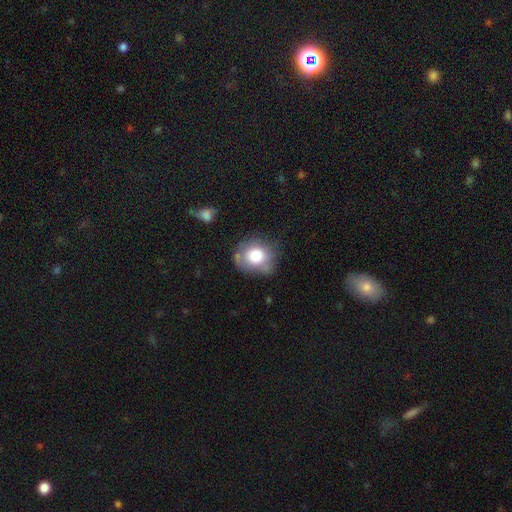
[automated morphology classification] Q: Smooth or featured?
A: smooth (76%); runner-up: featured or disk (15%)
Q: How rounded?
A: round (75%); runner-up: in between (24%)
Q: Merging?
A: none (58%); runner-up: minor disturbance (27%)